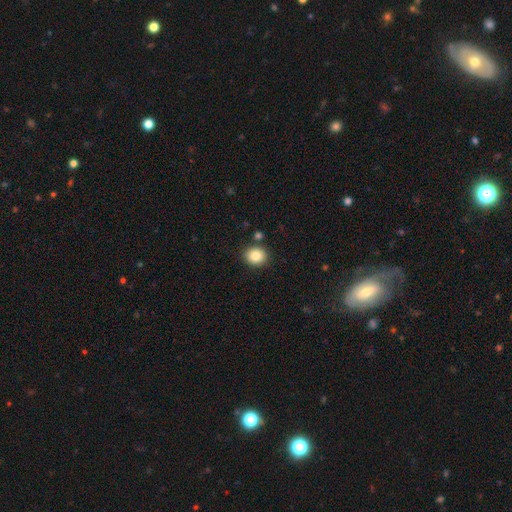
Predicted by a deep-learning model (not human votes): Smooth or featured?
  - smooth: 85% *
  - star or artifact: 9%
  - featured or disk: 6%
How rounded?
  - round: 76% *
  - in between: 23%
  - cigar-shaped: 1%
Merging?
  - none: 85% *
  - minor disturbance: 8%
  - merger: 5%
  - major disturbance: 2%